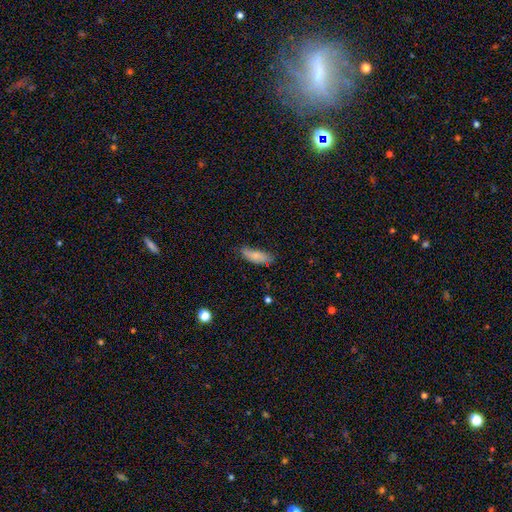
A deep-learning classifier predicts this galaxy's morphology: smooth-or-featured: smooth: 79% | featured or disk: 14% | star or artifact: 7%
  how-rounded: in between: 69% | cigar-shaped: 29% | round: 2%
  merging: none: 63% | minor disturbance: 28% | major disturbance: 6% | merger: 2%